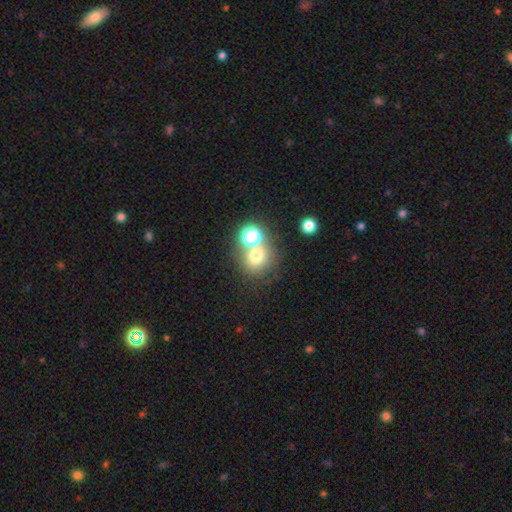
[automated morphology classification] Smooth or featured? Predicted: smooth (p=0.68). How rounded? Predicted: round (p=0.83). Merging? Predicted: none (p=0.54).